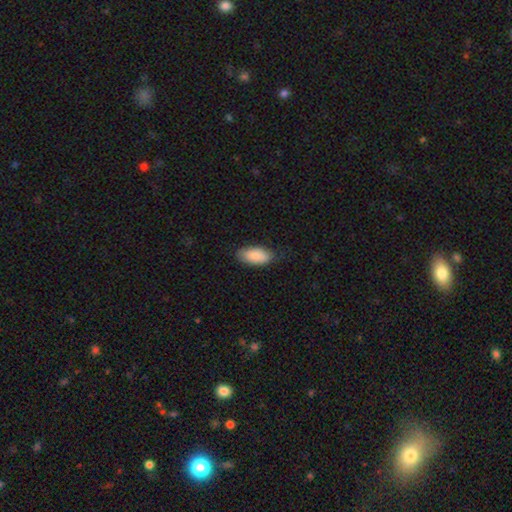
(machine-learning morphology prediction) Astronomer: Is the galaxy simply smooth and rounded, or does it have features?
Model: smooth — 89%.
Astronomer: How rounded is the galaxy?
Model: in between — 93%.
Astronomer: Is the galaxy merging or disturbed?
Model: none — 77%.